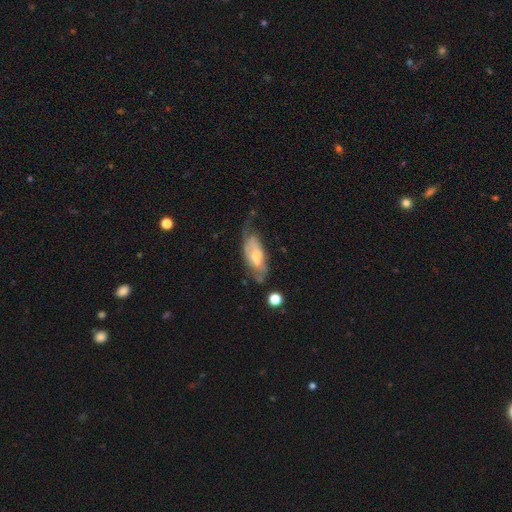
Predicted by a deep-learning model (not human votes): Smooth or featured? Predicted: featured or disk (p=0.53). Edge-on disk? Predicted: no (p=0.83). Merging? Predicted: none (p=0.34).